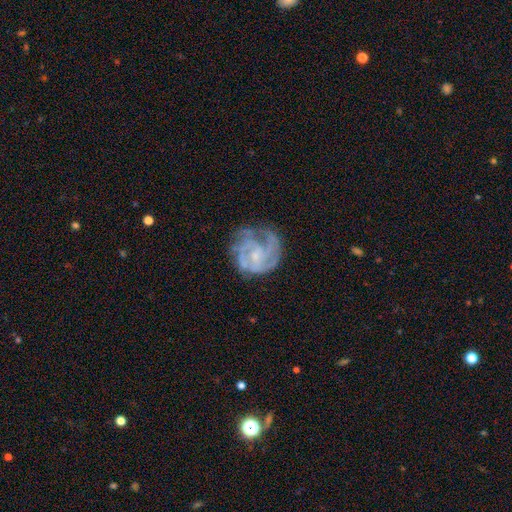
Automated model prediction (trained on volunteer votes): This appears to be a featured or disk galaxy (84%) with no bar (58%), 3 (35%) tight (52%) spiral arms (94%) and a small central bulge (61%). Merging: none (60%).